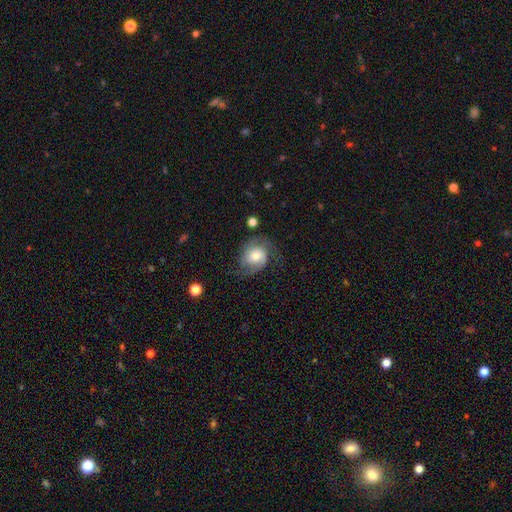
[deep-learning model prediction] featured or disk 75%, smooth 18%, star or artifact 7%. Down the decision tree: edge-on disk — no (98%); bar — no (70%); spiral arms — yes (94%); spiral arm count — 2 (82%); spiral winding — medium (47%); bulge size — moderate (48%); merging — none (67%).